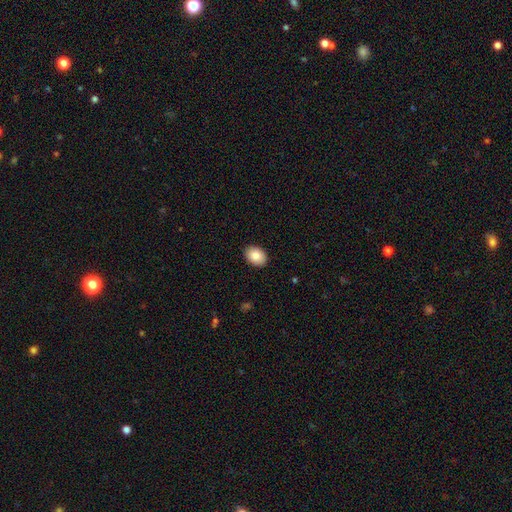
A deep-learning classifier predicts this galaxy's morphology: smooth_or_featured: smooth (p=0.87) [alt: star or artifact p=0.07]
how_rounded: in between (p=0.80) [alt: round p=0.19]
merging: none (p=0.89) [alt: minor disturbance p=0.08]